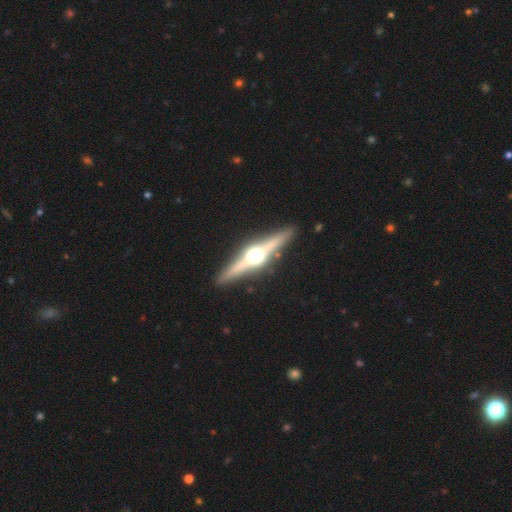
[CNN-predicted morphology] Smooth or featured?
  - featured or disk: 83% *
  - smooth: 12%
  - star or artifact: 5%
Edge-on disk?
  - yes: 98% *
  - no: 2%
Edge-on bulge?
  - rounded: 96% *
  - boxy: 3%
  - none: 1%
Merging?
  - none: 91% *
  - minor disturbance: 7%
  - major disturbance: 2%
  - merger: 1%